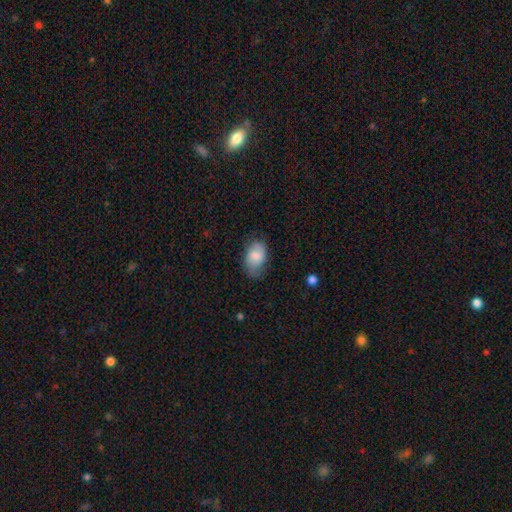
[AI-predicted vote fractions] smooth 70%, featured or disk 23%, star or artifact 7%. Down the decision tree: how rounded — in between (89%); merging — none (63%).